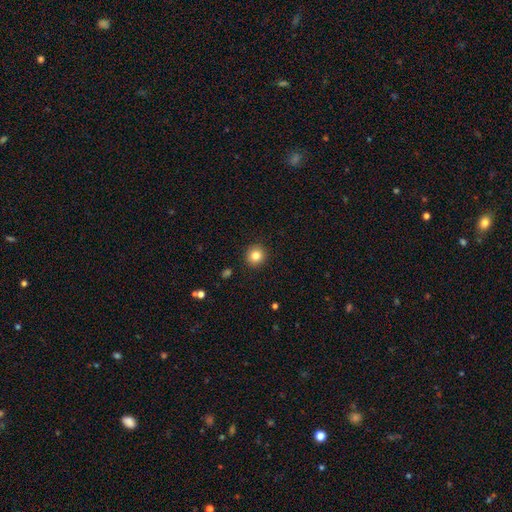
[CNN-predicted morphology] Smooth or featured?
  - smooth: 83% *
  - star or artifact: 11%
  - featured or disk: 6%
How rounded?
  - round: 93% *
  - in between: 6%
  - cigar-shaped: 1%
Merging?
  - none: 92% *
  - minor disturbance: 5%
  - major disturbance: 2%
  - merger: 1%